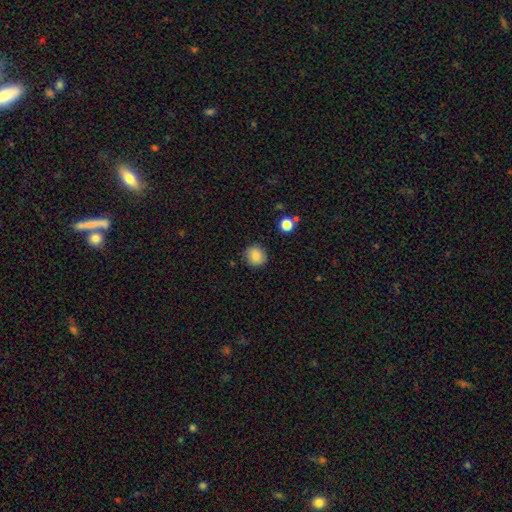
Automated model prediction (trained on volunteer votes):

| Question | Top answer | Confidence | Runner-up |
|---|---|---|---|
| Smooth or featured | smooth | 86% | star or artifact (9%) |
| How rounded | round | 86% | in between (13%) |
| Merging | none | 88% | minor disturbance (8%) |